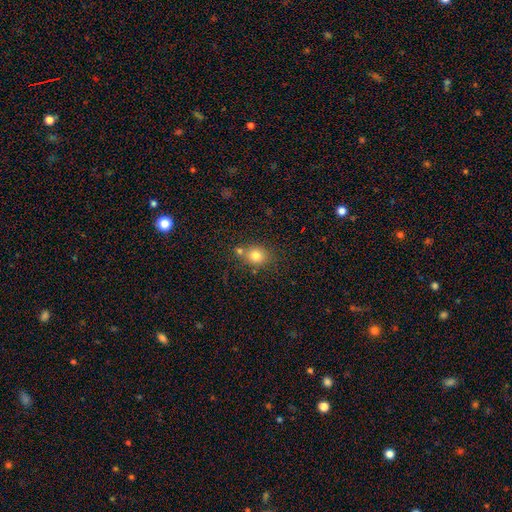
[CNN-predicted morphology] The model was most divided on "merging": none: 64%, merger: 21%, minor disturbance: 12%, major disturbance: 4%. More confident: smooth or featured — smooth (79%); how rounded — round (72%).